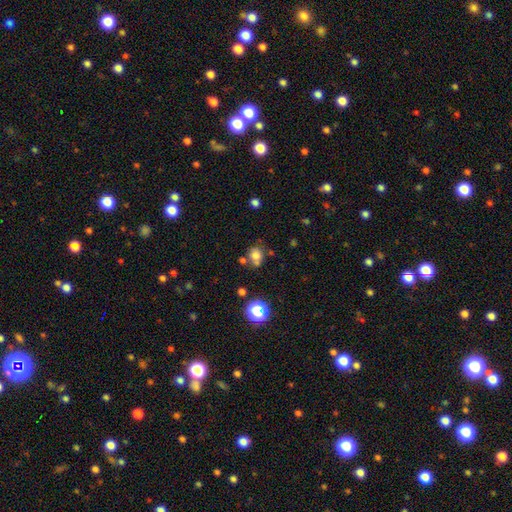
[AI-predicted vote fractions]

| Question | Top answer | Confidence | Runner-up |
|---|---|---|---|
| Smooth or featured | smooth | 72% | star or artifact (16%) |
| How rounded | round | 68% | in between (31%) |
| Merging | none | 53% | merger (22%) |